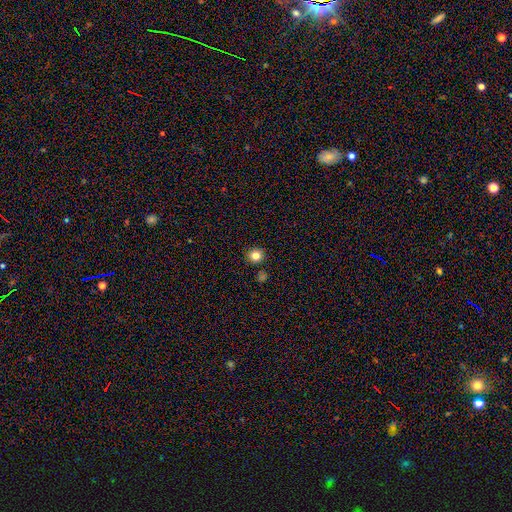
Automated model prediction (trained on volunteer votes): A smooth galaxy with no disk features (82%) that is round (91%). Merging: none (89%).